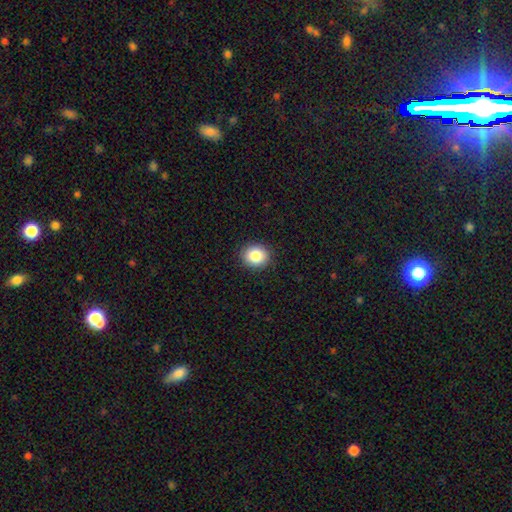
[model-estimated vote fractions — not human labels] This appears to be a smooth galaxy with no disk features (85%) that is round (74%). Merging: none (90%).